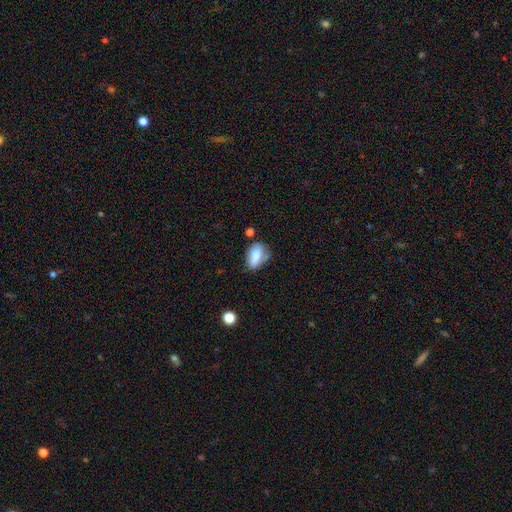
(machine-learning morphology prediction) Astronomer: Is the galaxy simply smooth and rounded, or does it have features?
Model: smooth — 79%.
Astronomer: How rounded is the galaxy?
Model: in between — 86%.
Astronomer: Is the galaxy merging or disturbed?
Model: none — 49% (runner-up: minor disturbance, 31%).